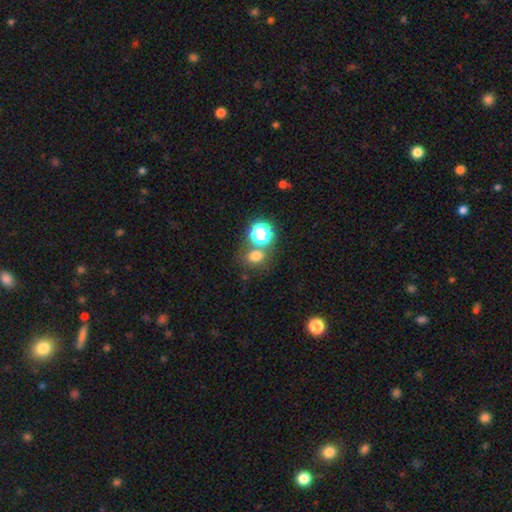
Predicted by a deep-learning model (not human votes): Overall: smooth (69%). How rounded: round (68%; in between 31%). Merging: none (63%).